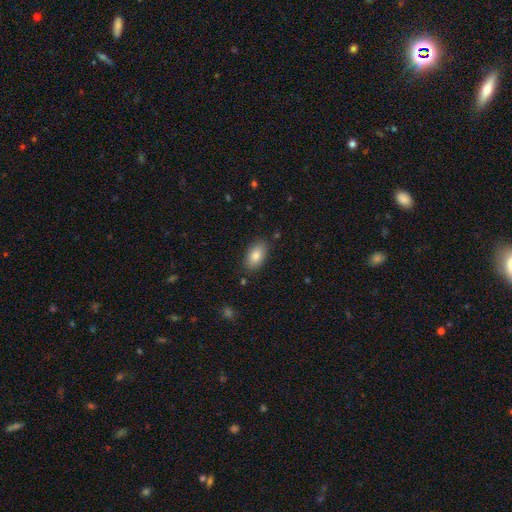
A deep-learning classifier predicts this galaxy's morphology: Smooth or featured: smooth — 82% (featured or disk — 10%)
How rounded: in between — 92% (round — 6%)
Merging: none — 85% (minor disturbance — 11%)